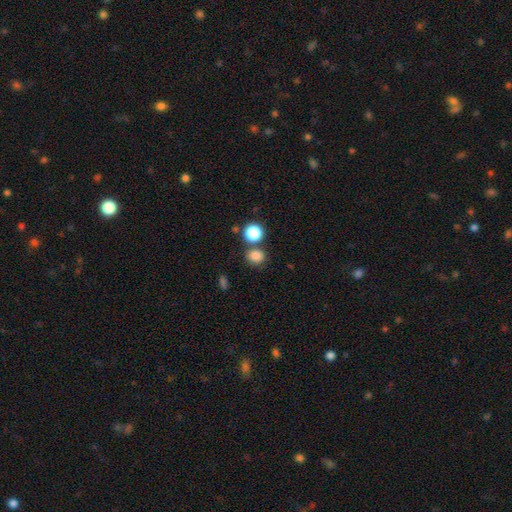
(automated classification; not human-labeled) Smooth or featured? smooth (83%)
How rounded? round (76%)
Merging? none (67%)